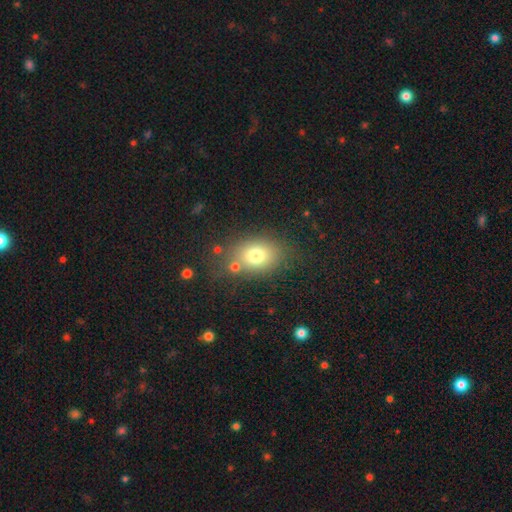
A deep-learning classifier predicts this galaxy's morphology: The model was most divided on "how rounded": in between: 66%, round: 32%, cigar-shaped: 1%. More confident: smooth or featured — smooth (76%); merging — none (70%).